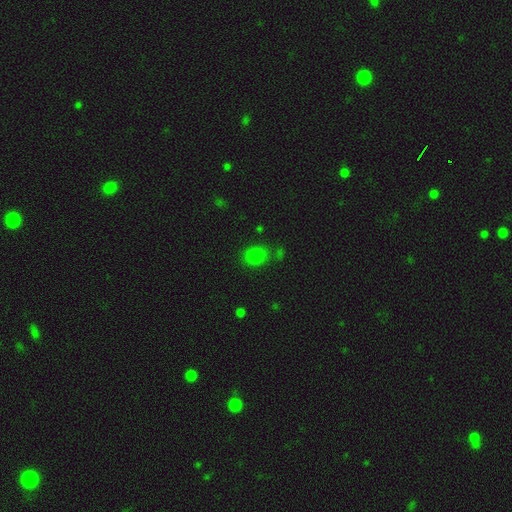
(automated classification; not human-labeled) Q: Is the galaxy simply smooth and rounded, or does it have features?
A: smooth — 80%.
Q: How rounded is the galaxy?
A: round — 54%.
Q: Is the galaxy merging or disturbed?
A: none — 76%.